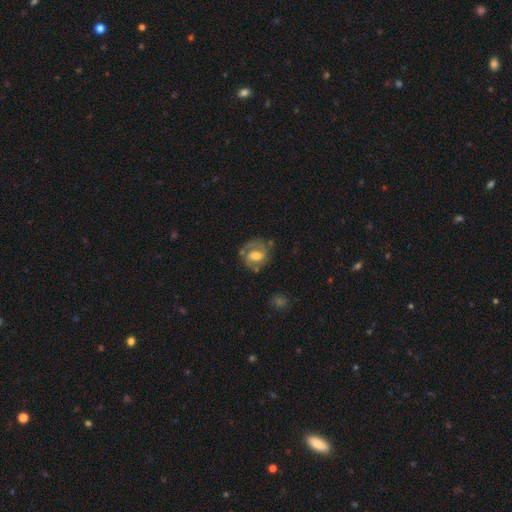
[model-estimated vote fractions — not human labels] Smooth or featured? Predicted: featured or disk (p=0.68). Edge-on disk? Predicted: no (p=0.97). Bar? Predicted: weak (p=0.48). Spiral arms? Predicted: yes (p=0.83). Spiral winding? Predicted: medium (p=0.47). Spiral arm count? Predicted: 2 (p=0.75). Bulge size? Predicted: moderate (p=0.52). Merging? Predicted: none (p=0.63).